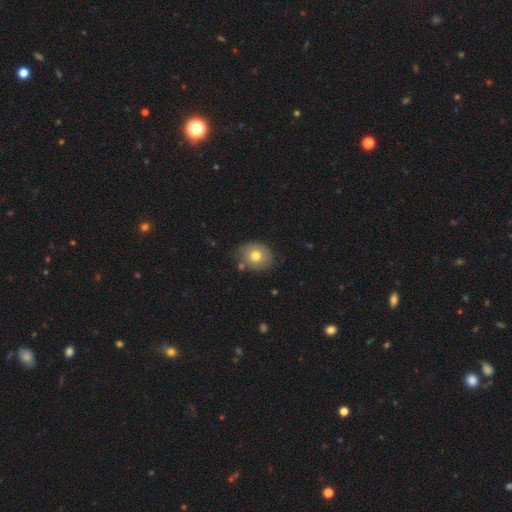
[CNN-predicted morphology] This is likely a smooth galaxy (71%). How rounded: likely round (64%). Merging: likely none (70%).